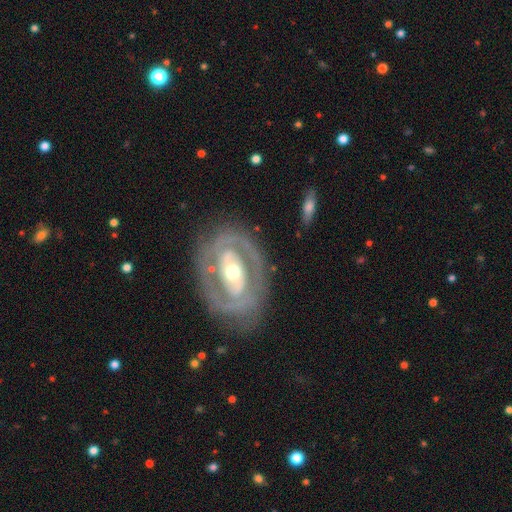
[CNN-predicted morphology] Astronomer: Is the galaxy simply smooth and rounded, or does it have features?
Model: featured or disk — 84%.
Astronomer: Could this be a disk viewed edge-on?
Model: no — 94%.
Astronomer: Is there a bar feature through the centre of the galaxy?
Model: strong — 38% (runner-up: weak, 32%).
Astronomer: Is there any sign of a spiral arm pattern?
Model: yes — 74%.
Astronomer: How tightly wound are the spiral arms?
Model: tight — 57%.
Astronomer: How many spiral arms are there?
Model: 2 — 68%.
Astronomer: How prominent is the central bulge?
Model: moderate — 59%.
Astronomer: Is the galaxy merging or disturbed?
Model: none — 78%.